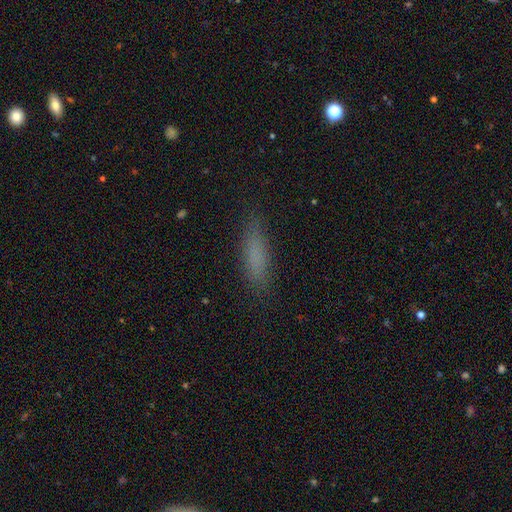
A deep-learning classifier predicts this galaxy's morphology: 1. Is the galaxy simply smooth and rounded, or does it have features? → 78% smooth, 12% featured or disk, 11% star or artifact.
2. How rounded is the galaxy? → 69% cigar-shaped, 29% in between, 2% round.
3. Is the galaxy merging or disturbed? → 84% none, 11% minor disturbance, 3% major disturbance, 1% merger.